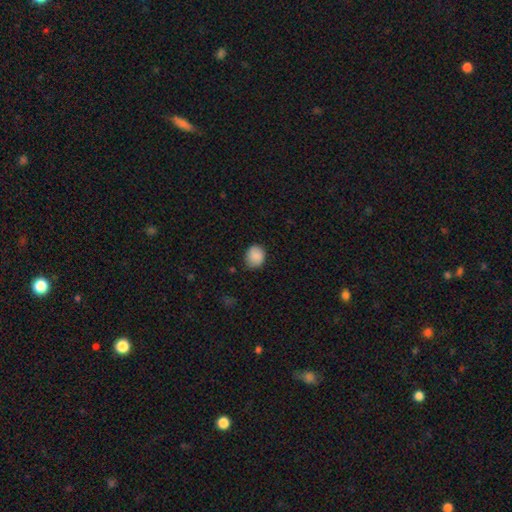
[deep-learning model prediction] Smooth or featured?
  - smooth: 87% *
  - star or artifact: 8%
  - featured or disk: 5%
How rounded?
  - round: 69% *
  - in between: 30%
  - cigar-shaped: 1%
Merging?
  - none: 77% *
  - minor disturbance: 18%
  - major disturbance: 3%
  - merger: 1%